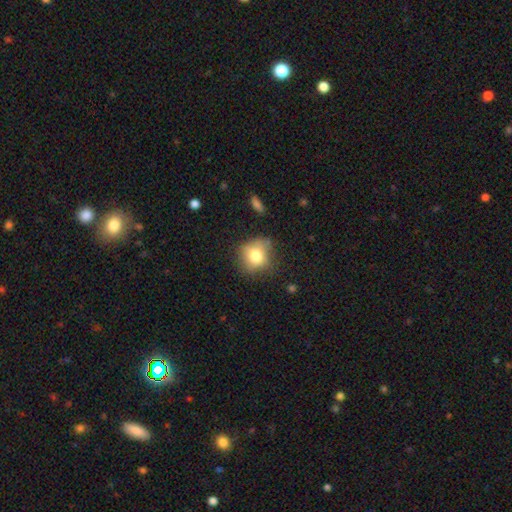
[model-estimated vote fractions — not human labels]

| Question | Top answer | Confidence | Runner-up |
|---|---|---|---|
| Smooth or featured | smooth | 75% | featured or disk (14%) |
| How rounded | round | 78% | in between (21%) |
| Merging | none | 67% | minor disturbance (23%) |